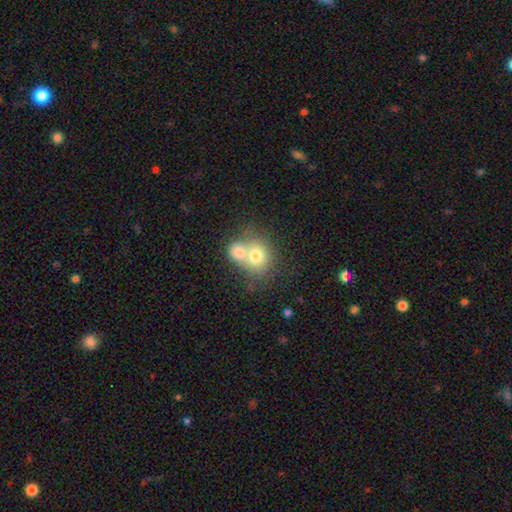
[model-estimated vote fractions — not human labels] Smooth or featured? Predicted: smooth (p=0.72). How rounded? Predicted: round (p=0.66). Merging? Predicted: merger (p=0.65).